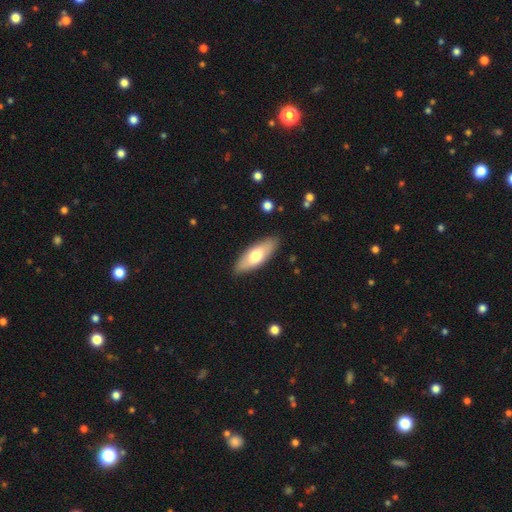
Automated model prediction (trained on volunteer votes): Smooth or featured? Predicted: smooth (p=0.65). How rounded? Predicted: in between (p=0.71). Merging? Predicted: none (p=0.87).